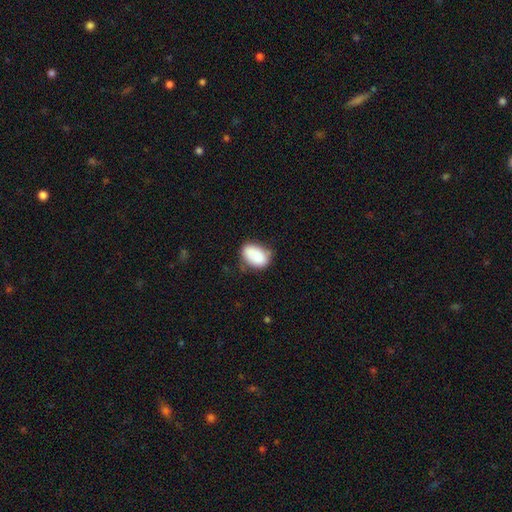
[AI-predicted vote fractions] Smooth or featured?
  - smooth: 84% *
  - featured or disk: 9%
  - star or artifact: 7%
How rounded?
  - in between: 85% *
  - round: 14%
  - cigar-shaped: 1%
Merging?
  - none: 53% *
  - minor disturbance: 31%
  - major disturbance: 9%
  - merger: 7%